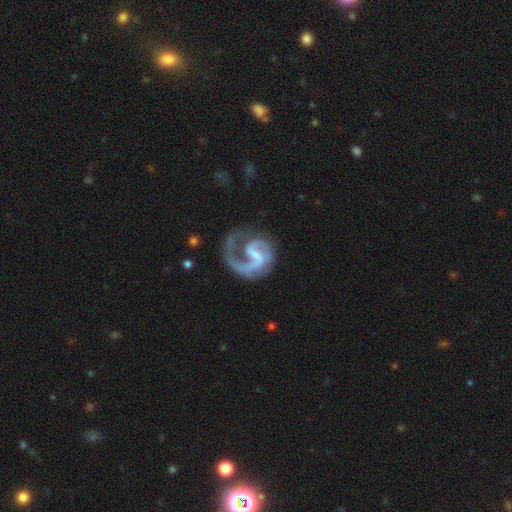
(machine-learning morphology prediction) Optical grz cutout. It shows a featured or disk galaxy (88%) with a weak bar (51%), 1 (49%) medium (51%) spiral arms (96%) and no central bulge (41%). Merging: none (48%).